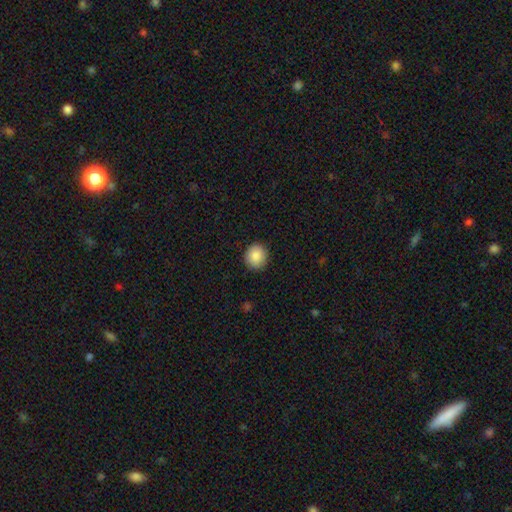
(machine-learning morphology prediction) Overall: smooth (87%). How rounded: round (87%). Merging: none (90%).